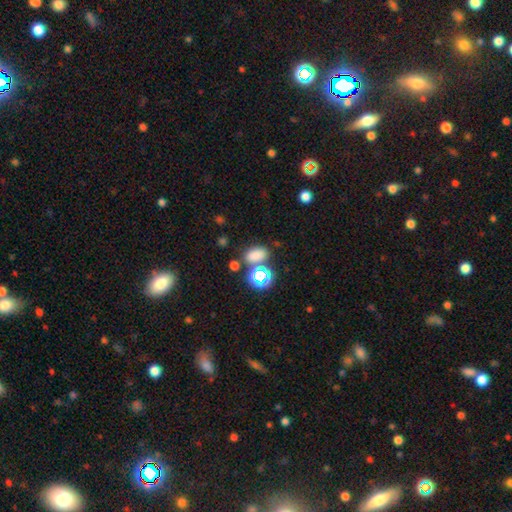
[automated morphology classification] This appears to be a smooth galaxy with no disk features (71%) that is in between round and cigar-shaped (80%). Merging: none (69%).